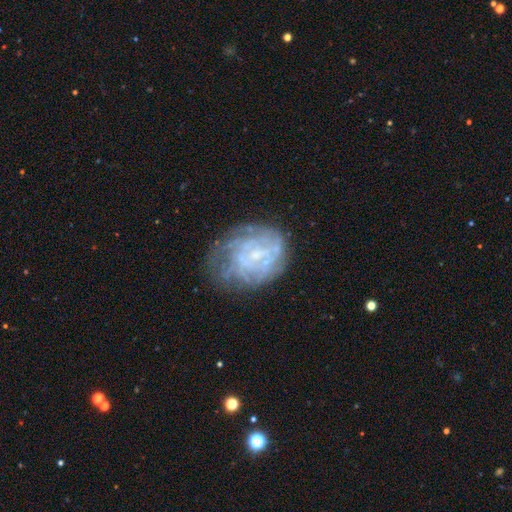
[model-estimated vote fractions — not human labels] This is likely a featured or disk galaxy (72%). It is clearly not viewed edge-on (98%). Bar: possibly no (55%). Spiral arm pattern: likely yes (68%). Central bulge: likely small (64%). Merging: possibly none (56%).